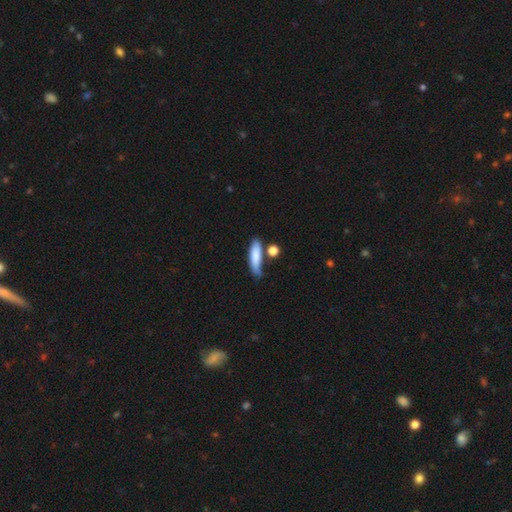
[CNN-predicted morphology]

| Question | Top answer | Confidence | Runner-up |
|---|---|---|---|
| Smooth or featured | smooth | 80% | featured or disk (13%) |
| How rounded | cigar-shaped | 56% | in between (40%) |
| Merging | none | 54% | minor disturbance (23%) |